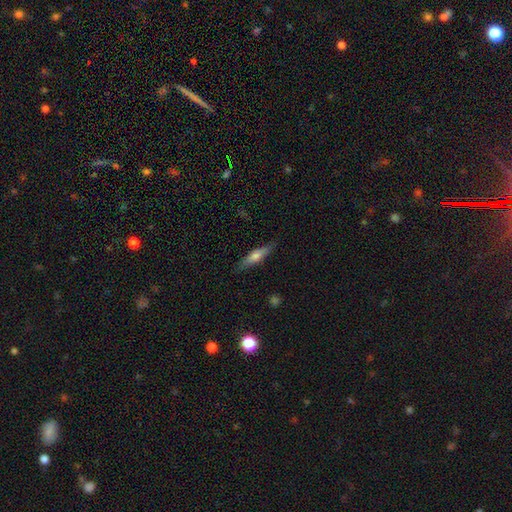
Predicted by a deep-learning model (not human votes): The model was most divided on "smooth or featured": smooth: 57%, featured or disk: 37%, star or artifact: 7%. More confident: merging — none (86%); how rounded — cigar-shaped (78%).